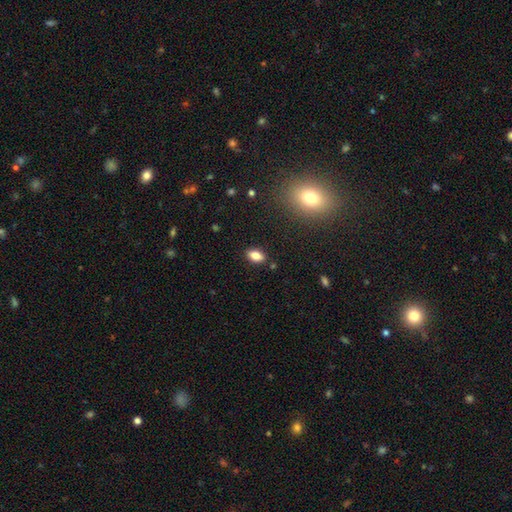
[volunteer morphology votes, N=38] This appears to be a smooth galaxy with no disk features (84%) that is in between round and cigar-shaped (88%). Merging: none (100%).